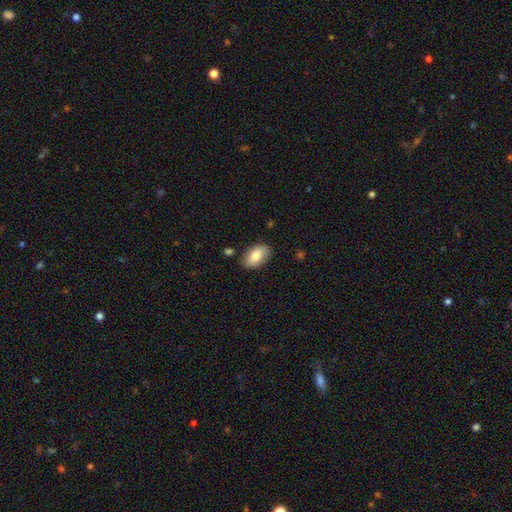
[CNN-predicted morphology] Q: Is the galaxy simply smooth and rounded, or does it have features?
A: smooth — 76%.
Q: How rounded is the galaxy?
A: in between — 92%.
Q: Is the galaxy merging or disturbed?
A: none — 85%.